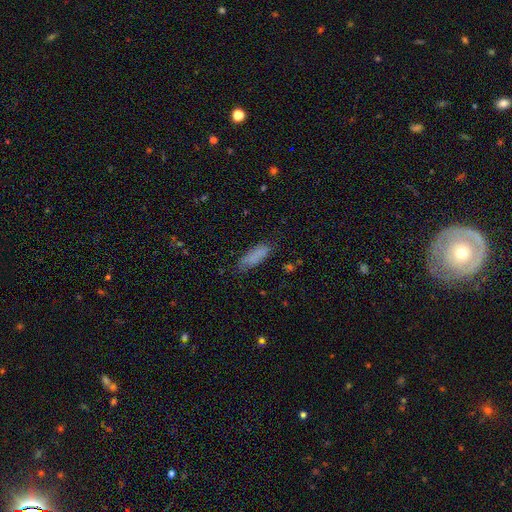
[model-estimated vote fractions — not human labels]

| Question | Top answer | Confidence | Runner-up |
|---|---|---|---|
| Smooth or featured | smooth | 82% | featured or disk (10%) |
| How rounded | in between | 54% | cigar-shaped (44%) |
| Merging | none | 73% | minor disturbance (20%) |